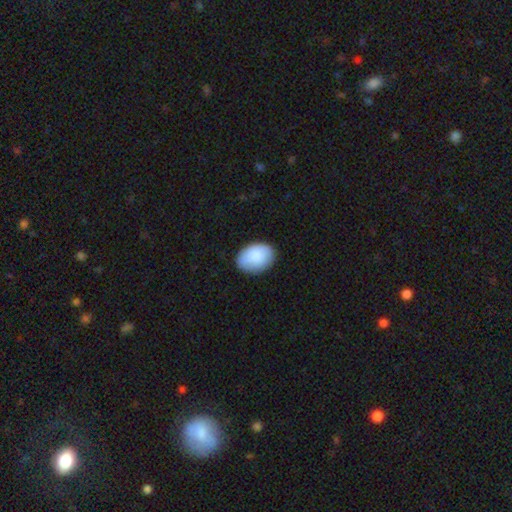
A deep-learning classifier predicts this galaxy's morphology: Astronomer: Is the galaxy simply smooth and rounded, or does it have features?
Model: smooth — 86%.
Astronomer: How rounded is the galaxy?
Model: in between — 79%.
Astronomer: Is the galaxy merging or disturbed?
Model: none — 81%.